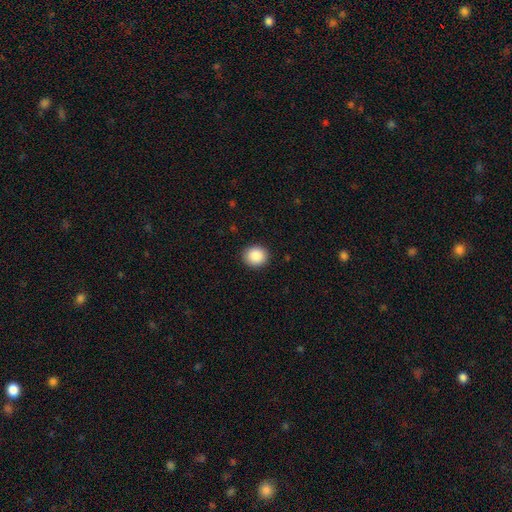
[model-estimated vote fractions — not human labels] This appears to be a smooth galaxy with no disk features (88%) that is round (79%). Merging: none (91%).